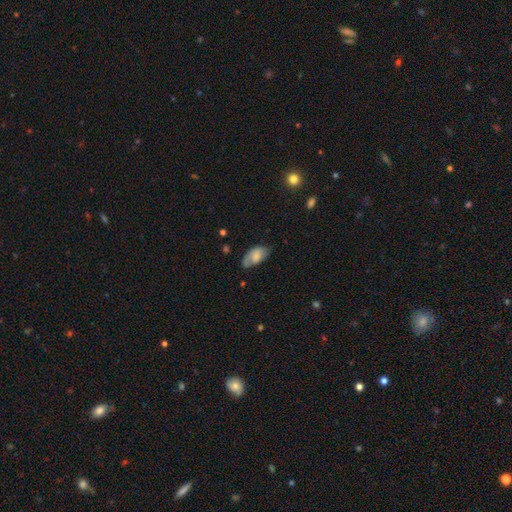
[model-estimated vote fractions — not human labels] Smooth or featured: smooth — 65% (featured or disk — 27%)
How rounded: in between — 93% (round — 4%)
Merging: none — 55% (minor disturbance — 31%)